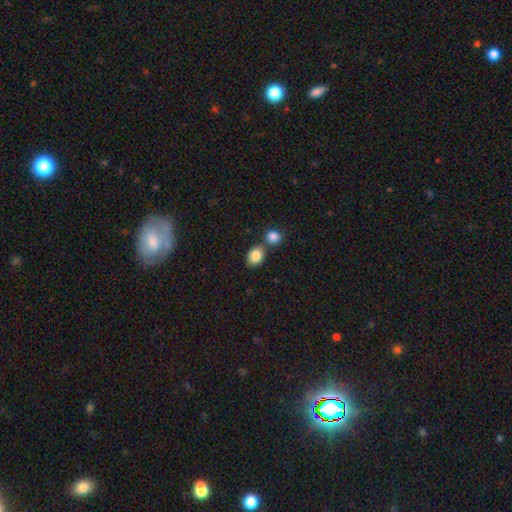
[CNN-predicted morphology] Smooth or featured?
  - smooth: 85% *
  - star or artifact: 9%
  - featured or disk: 6%
How rounded?
  - in between: 54% *
  - round: 45%
  - cigar-shaped: 1%
Merging?
  - none: 61% *
  - merger: 27%
  - minor disturbance: 9%
  - major disturbance: 3%